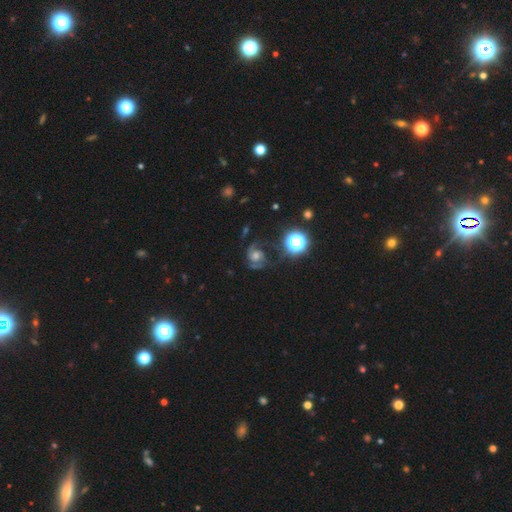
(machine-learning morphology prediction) Smooth or featured: featured or disk — 67% (smooth — 18%)
Edge-on disk: no — 98% (yes — 2%)
Bar: no — 67% (weak — 27%)
Spiral arms: yes — 91% (no — 9%)
Spiral winding: medium — 49% (tight — 29%)
Spiral arm count: 2 — 71% (1 — 11%)
Bulge size: moderate — 50% (small — 21%)
Merging: none — 58% (minor disturbance — 19%)